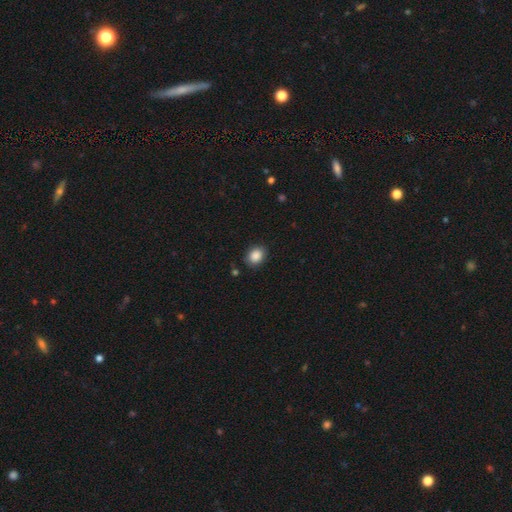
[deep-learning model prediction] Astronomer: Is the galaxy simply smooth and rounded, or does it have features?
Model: smooth — 88%.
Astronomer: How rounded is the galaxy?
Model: round — 50%, tied with in between at 50%.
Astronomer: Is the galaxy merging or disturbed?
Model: none — 85%.